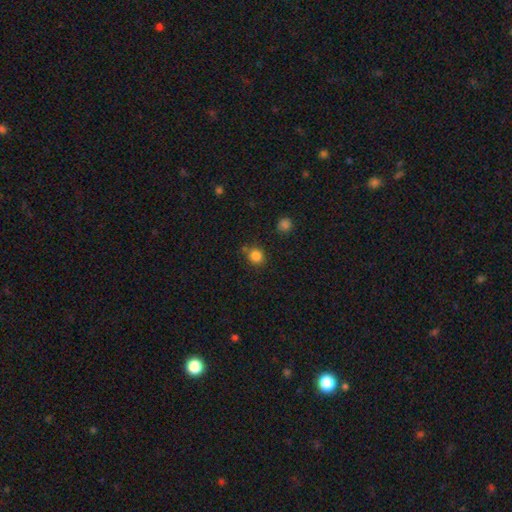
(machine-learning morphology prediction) This appears to be a smooth galaxy with no disk features (83%) that is round (85%). Merging: none (76%).